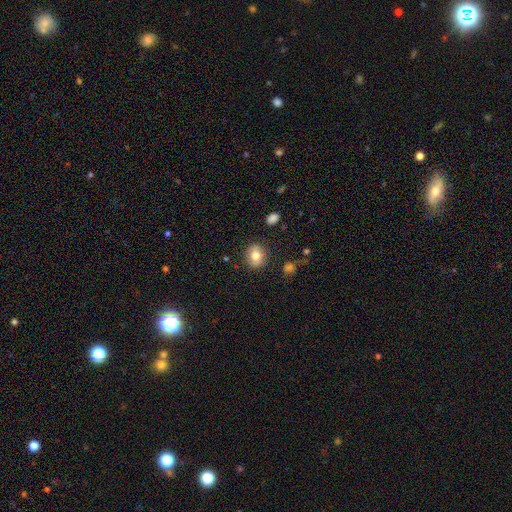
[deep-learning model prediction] smooth_or_featured: smooth (p=0.77) [alt: featured or disk p=0.13]
how_rounded: round (p=0.66) [alt: in between p=0.33]
merging: none (p=0.85) [alt: minor disturbance p=0.10]